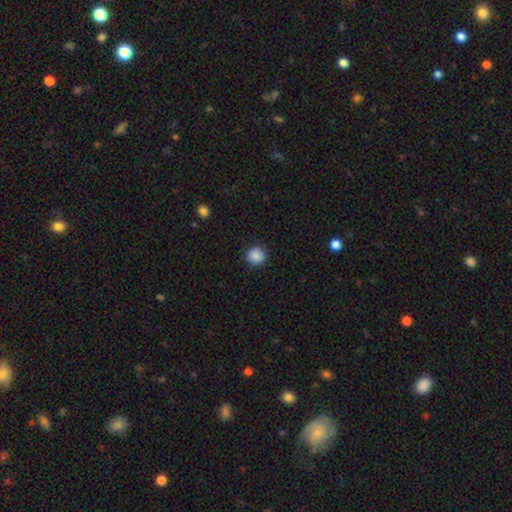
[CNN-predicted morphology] This is clearly a smooth galaxy (88%). How rounded: clearly round (91%). Merging: clearly none (88%).